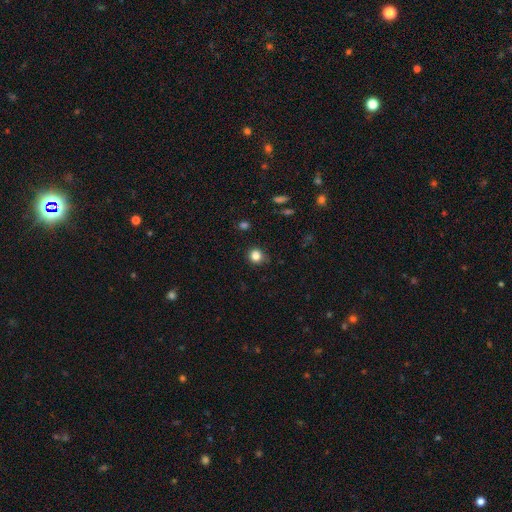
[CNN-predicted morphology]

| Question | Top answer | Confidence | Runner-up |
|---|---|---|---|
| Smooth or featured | smooth | 83% | star or artifact (12%) |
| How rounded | round | 87% | in between (12%) |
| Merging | none | 84% | minor disturbance (12%) |